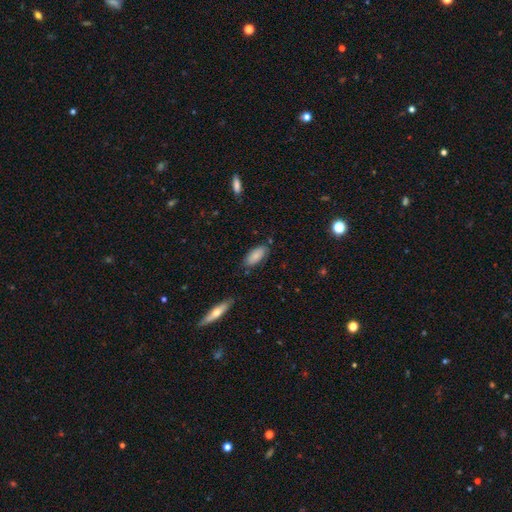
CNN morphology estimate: Smooth or featured?
  - smooth: 82% *
  - featured or disk: 11%
  - star or artifact: 7%
How rounded?
  - in between: 87% *
  - cigar-shaped: 11%
  - round: 2%
Merging?
  - none: 78% *
  - minor disturbance: 16%
  - major disturbance: 3%
  - merger: 3%